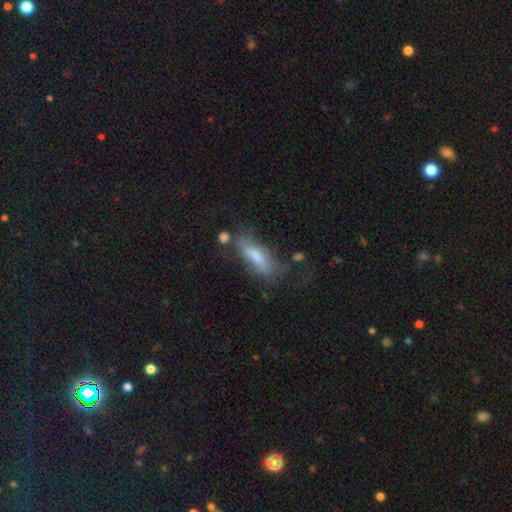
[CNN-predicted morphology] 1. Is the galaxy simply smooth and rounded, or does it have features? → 55% smooth, 36% featured or disk, 9% star or artifact.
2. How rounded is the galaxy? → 49% in between (tied), 49% cigar-shaped (tied), 2% round.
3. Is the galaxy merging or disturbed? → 44% none, 27% minor disturbance, 20% major disturbance, 9% merger.